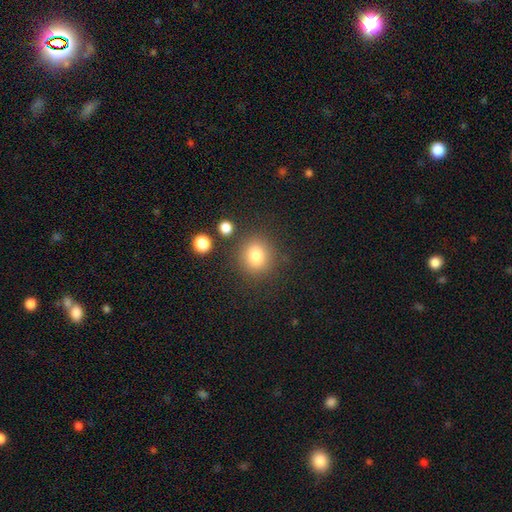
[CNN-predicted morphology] smooth 82%, star or artifact 10%, featured or disk 7%. Down the decision tree: how rounded — round (74%); merging — none (80%).